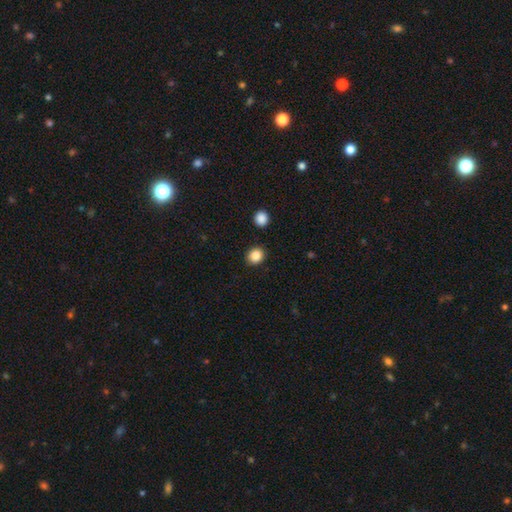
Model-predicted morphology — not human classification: smooth-or-featured: smooth: 88% | star or artifact: 9% | featured or disk: 3%
  how-rounded: round: 74% | in between: 25% | cigar-shaped: 1%
  merging: none: 89% | minor disturbance: 7% | merger: 2% | major disturbance: 2%